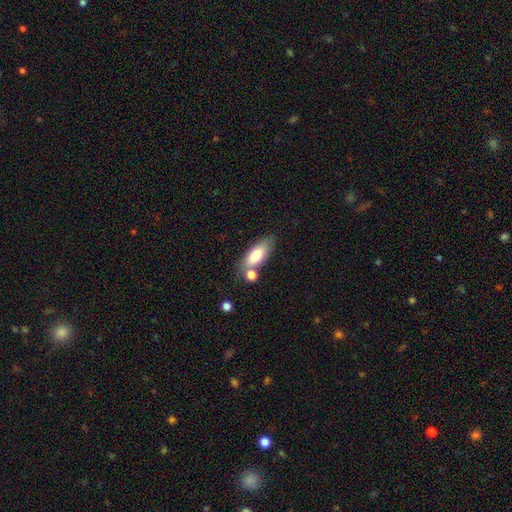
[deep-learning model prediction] Smooth or featured: smooth — 79% (featured or disk — 14%)
How rounded: in between — 76% (cigar-shaped — 21%)
Merging: none — 58% (merger — 22%)